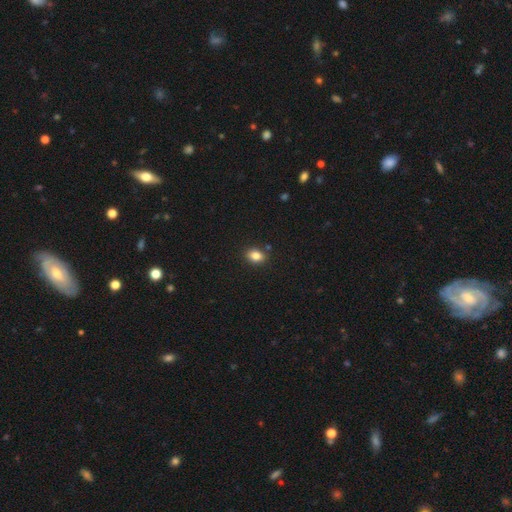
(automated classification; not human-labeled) Overall: smooth (84%). How rounded: in between (65%; round 33%). Merging: none (85%).